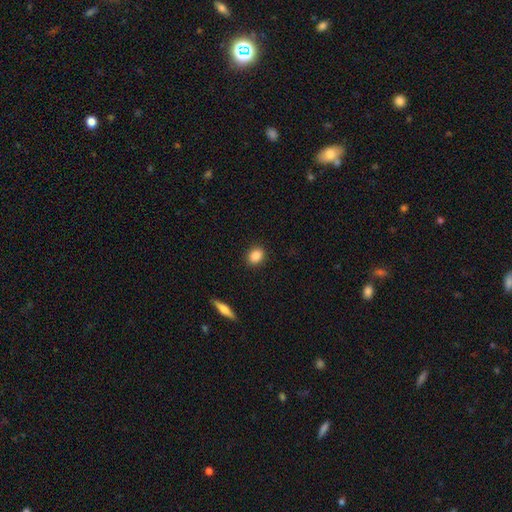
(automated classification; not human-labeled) This is clearly a smooth galaxy (87%). How rounded: possibly in between (56%). Merging: clearly none (90%).